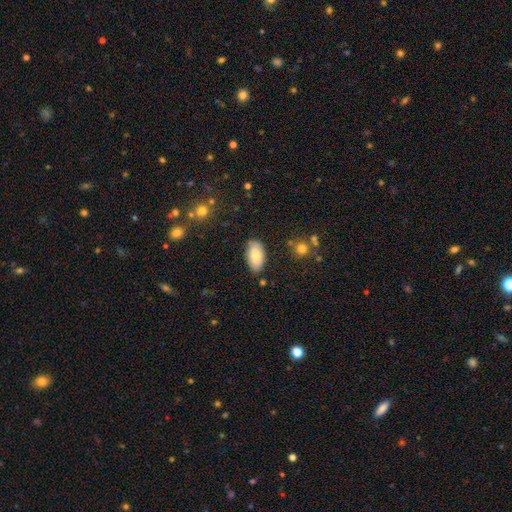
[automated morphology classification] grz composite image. It shows a smooth galaxy with no disk features (81%) that is in between round and cigar-shaped (94%). Merging: none (81%).